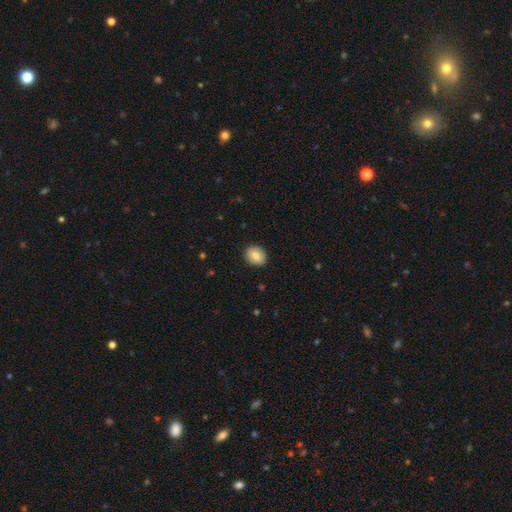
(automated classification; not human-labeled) smooth 84%, featured or disk 8%, star or artifact 7%. Down the decision tree: how rounded — round (52%); merging — none (90%).